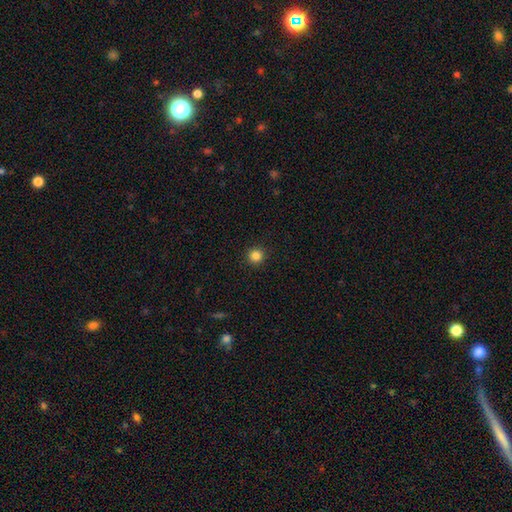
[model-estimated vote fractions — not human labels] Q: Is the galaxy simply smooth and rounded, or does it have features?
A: smooth — 84%.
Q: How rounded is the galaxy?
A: round — 96%.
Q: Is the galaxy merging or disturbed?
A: none — 93%.